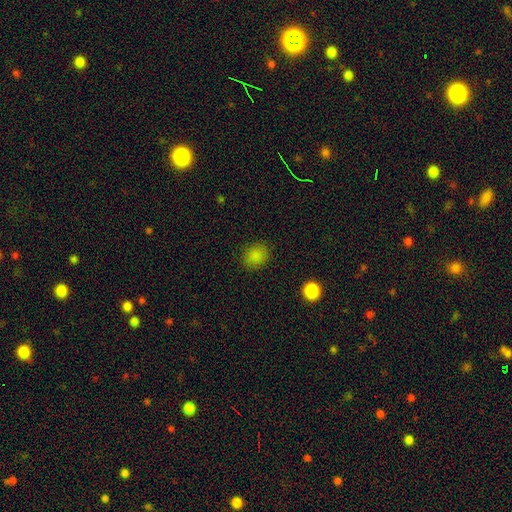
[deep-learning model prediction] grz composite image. It shows a smooth galaxy with no disk features (84%) that is round (66%). Merging: none (86%).